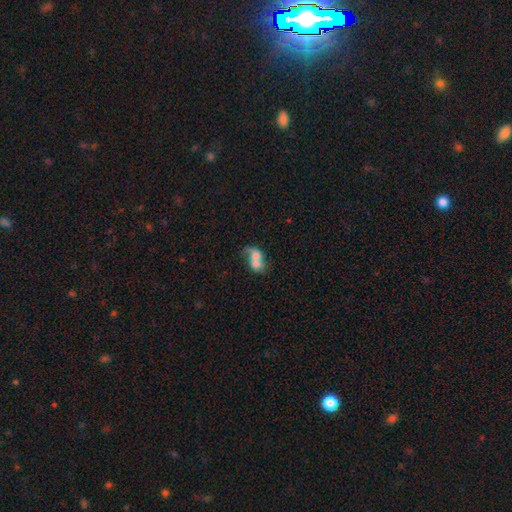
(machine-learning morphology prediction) Overall: smooth (59%; featured or disk 32%). How rounded: in between (63%; round 35%). Merging: merger (72%).